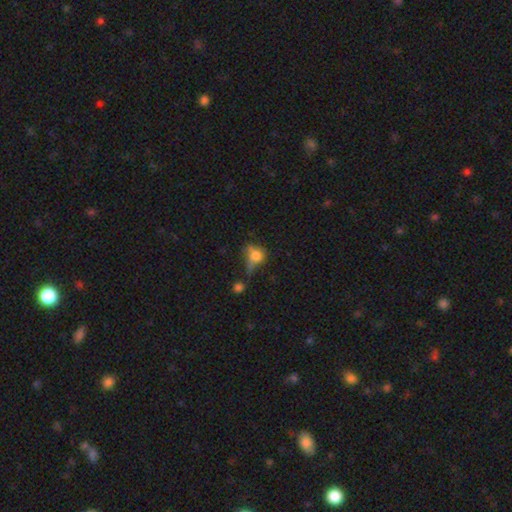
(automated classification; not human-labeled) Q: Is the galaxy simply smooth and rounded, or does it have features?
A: smooth — 69%.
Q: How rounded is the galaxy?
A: round — 62%.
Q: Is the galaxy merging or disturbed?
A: none — 35%.